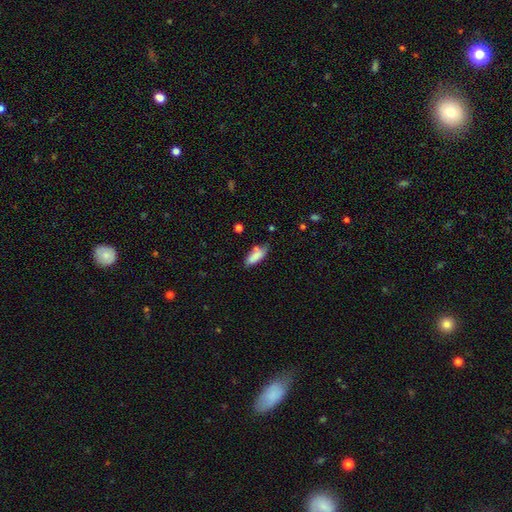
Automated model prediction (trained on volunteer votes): smooth_or_featured: smooth (p=0.83) [alt: featured or disk p=0.10]
how_rounded: in between (p=0.68) [alt: cigar-shaped p=0.30]
merging: none (p=0.62) [alt: minor disturbance p=0.26]